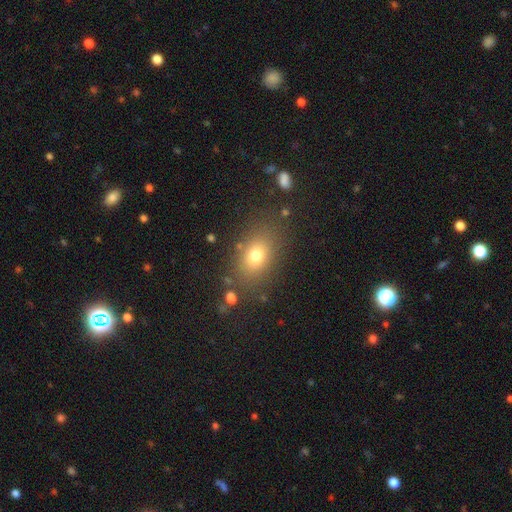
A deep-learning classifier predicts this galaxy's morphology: smooth-or-featured: smooth: 74% | star or artifact: 14% | featured or disk: 12%
  how-rounded: in between: 73% | round: 25% | cigar-shaped: 2%
  merging: none: 80% | minor disturbance: 11% | major disturbance: 5% | merger: 3%